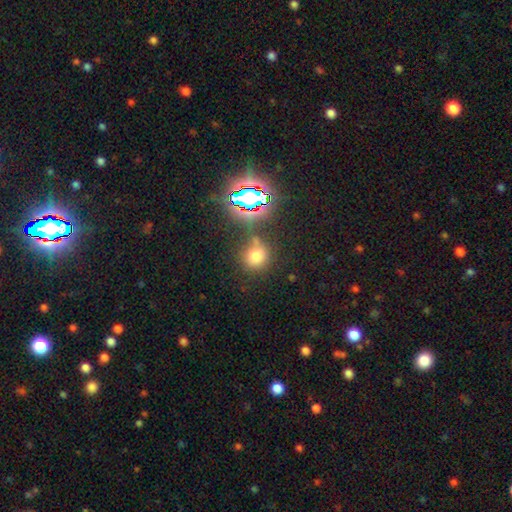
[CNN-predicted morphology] smooth 67%, star or artifact 24%, featured or disk 9%. Down the decision tree: how rounded — round (84%); merging — none (66%).